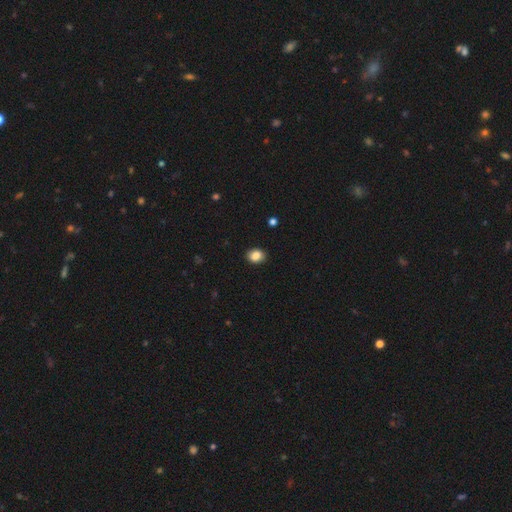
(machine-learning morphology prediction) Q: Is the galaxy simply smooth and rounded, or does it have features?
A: smooth — 87%.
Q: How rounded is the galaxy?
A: in between — 53%.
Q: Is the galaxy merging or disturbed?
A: none — 90%.